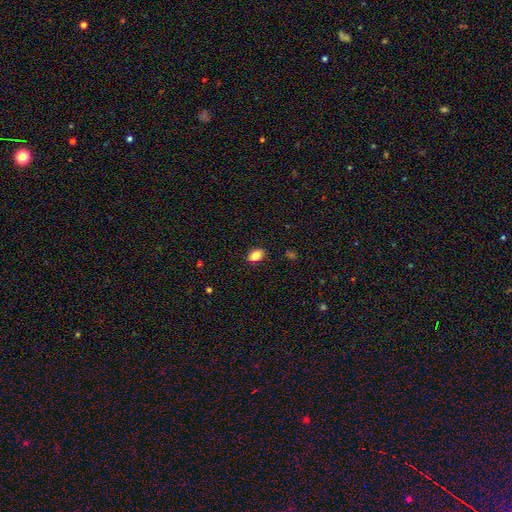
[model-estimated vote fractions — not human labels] smooth 83%, star or artifact 9%, featured or disk 8%. Down the decision tree: how rounded — in between (84%); merging — none (87%).